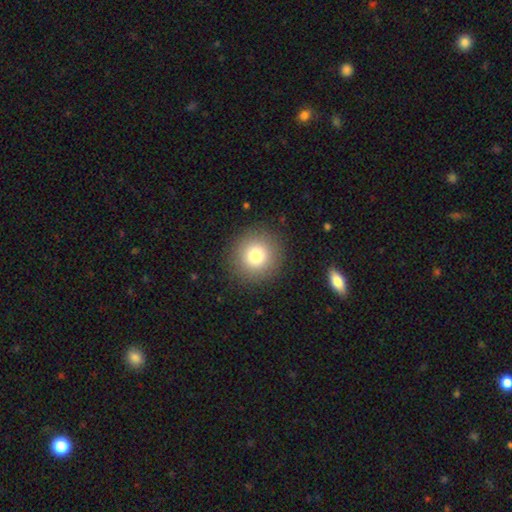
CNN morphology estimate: Smooth or featured? Predicted: smooth (p=0.79). How rounded? Predicted: round (p=0.94). Merging? Predicted: none (p=0.90).